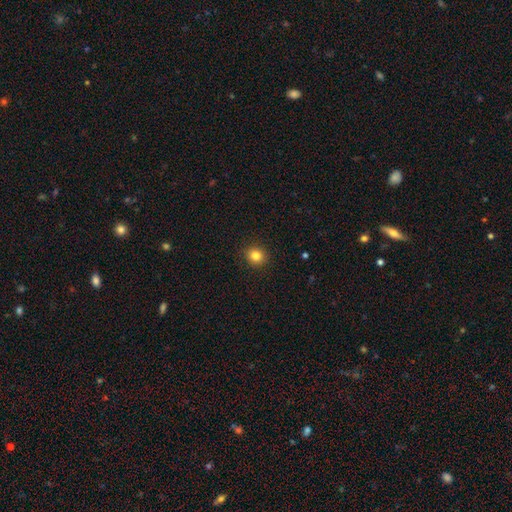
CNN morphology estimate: A smooth galaxy with no disk features (83%) that is round (86%). Merging: none (92%).